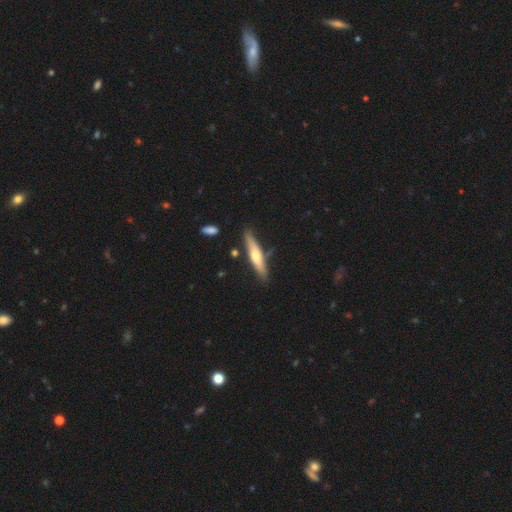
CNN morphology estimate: A featured or disk galaxy (49%).

Vote fractions:
- Smooth or featured? featured or disk: 49% / smooth: 46% / star or artifact: 5%
- Merging? none: 79% / minor disturbance: 14% / merger: 5% / major disturbance: 3%